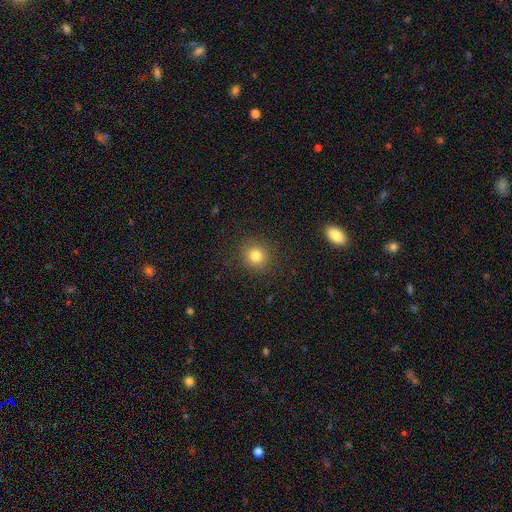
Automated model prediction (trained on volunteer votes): The model was most divided on "smooth or featured": smooth: 81%, star or artifact: 13%, featured or disk: 7%. More confident: merging — none (89%); how rounded — round (86%).